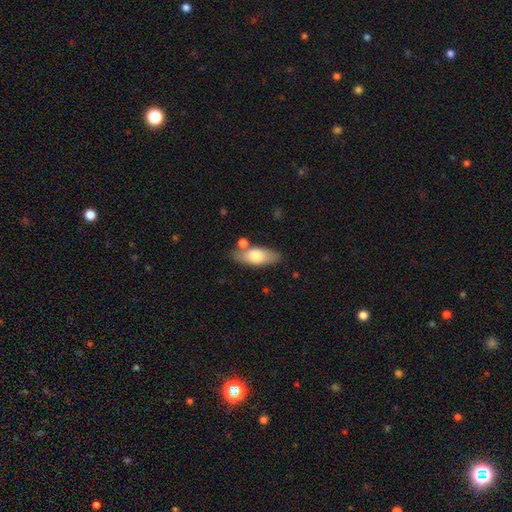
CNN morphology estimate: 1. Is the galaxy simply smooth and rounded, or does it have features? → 72% smooth, 22% featured or disk, 6% star or artifact.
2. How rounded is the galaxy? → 76% in between, 21% cigar-shaped, 3% round.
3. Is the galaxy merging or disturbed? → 72% none, 14% minor disturbance, 10% merger, 3% major disturbance.